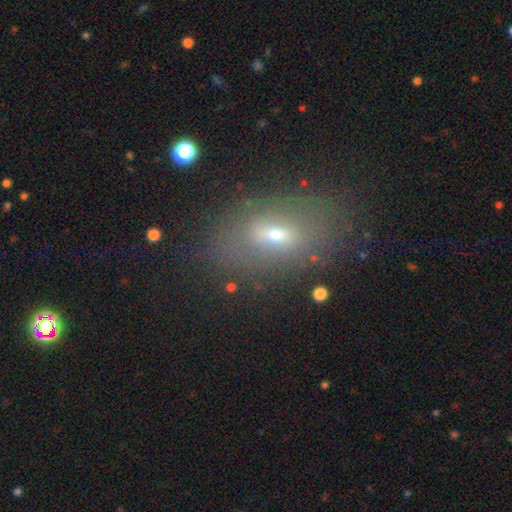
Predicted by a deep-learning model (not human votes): This is possibly a smooth galaxy (51%). How rounded: clearly in between (82%). Merging: likely none (76%).